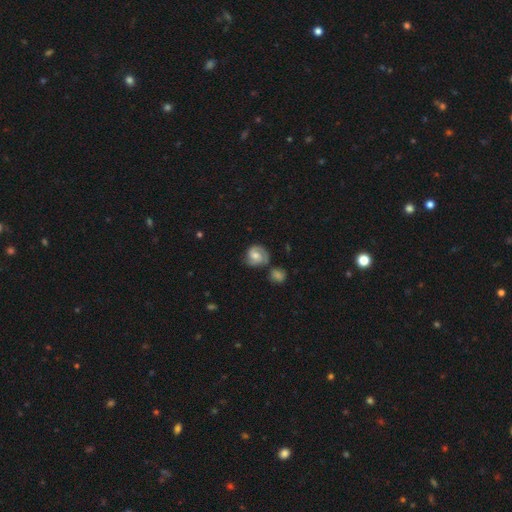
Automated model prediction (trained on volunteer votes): smooth_or_featured: featured or disk (p=0.66) [alt: smooth p=0.27]
disk_edge_on: no (p=0.98) [alt: yes p=0.02]
bar: no (p=0.47) [alt: weak p=0.43]
has_spiral_arms: yes (p=0.91) [alt: no p=0.09]
spiral_winding: tight (p=0.46) [alt: medium p=0.42]
spiral_arm_count: 2 (p=0.76) [alt: can't tell p=0.10]
bulge_size: moderate (p=0.65) [alt: small p=0.23]
merging: none (p=0.61) [alt: minor disturbance p=0.20]